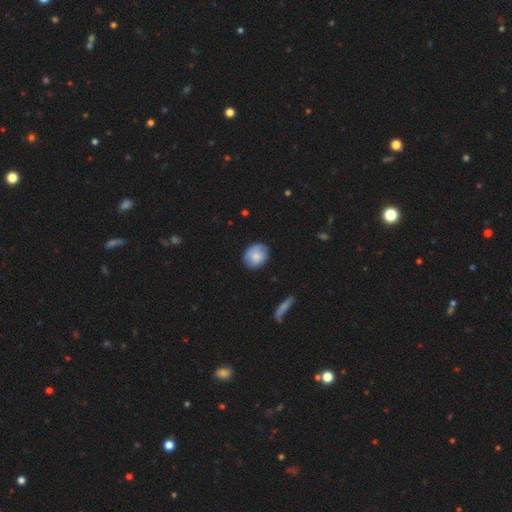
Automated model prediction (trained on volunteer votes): Smooth or featured: smooth — 72% (featured or disk — 21%)
How rounded: round — 61% (in between — 38%)
Merging: none — 73% (minor disturbance — 22%)